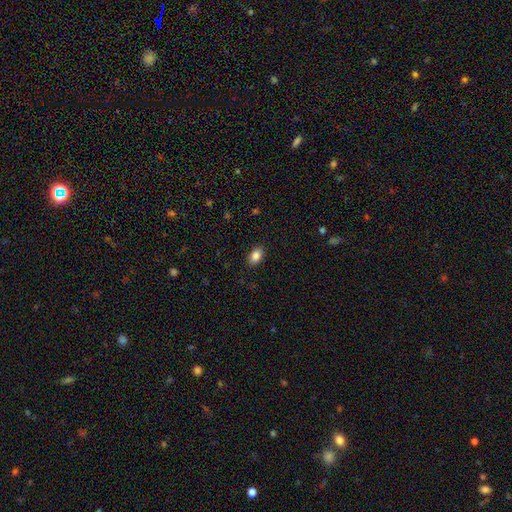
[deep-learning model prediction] smooth-or-featured: smooth: 86% | star or artifact: 8% | featured or disk: 5%
  how-rounded: in between: 88% | round: 10% | cigar-shaped: 2%
  merging: none: 89% | minor disturbance: 8% | major disturbance: 2% | merger: 1%